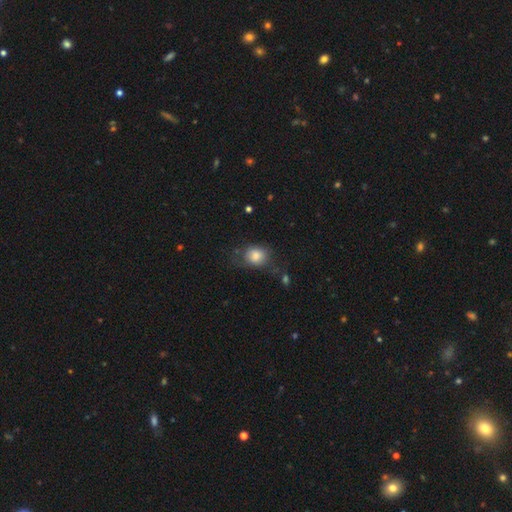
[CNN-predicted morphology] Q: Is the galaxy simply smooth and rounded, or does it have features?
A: smooth — 81%.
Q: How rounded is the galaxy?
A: round — 54%.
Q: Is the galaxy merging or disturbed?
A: none — 54%.